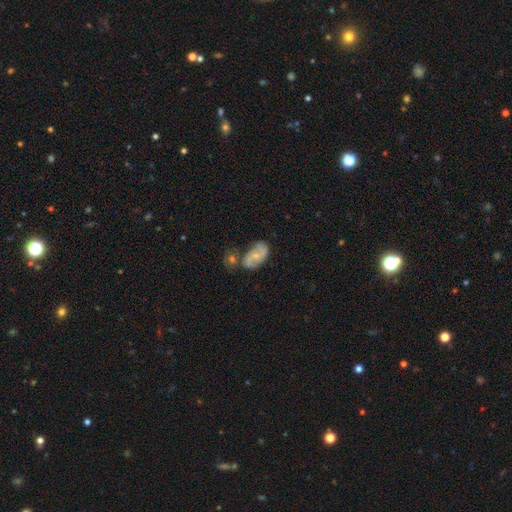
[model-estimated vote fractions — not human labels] smooth-or-featured: featured or disk: 58% | smooth: 34% | star or artifact: 8%
  disk-edge-on: no: 96% | yes: 4%
    bar: no: 66% | weak: 29% | strong: 6%
    has-spiral-arms: yes: 80% | no: 20%
    bulge-size: small: 57% | moderate: 36% | none: 5% | large: 2% | dominant: 1%
  merging: none: 40% | merger: 28% | minor disturbance: 22% | major disturbance: 10%